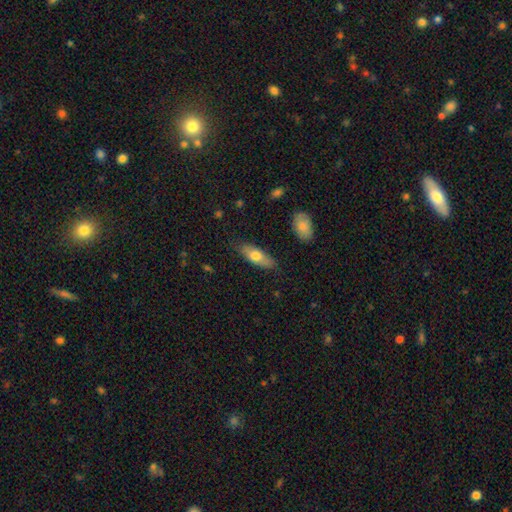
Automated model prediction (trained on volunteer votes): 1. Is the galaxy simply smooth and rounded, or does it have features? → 69% smooth, 25% featured or disk, 6% star or artifact.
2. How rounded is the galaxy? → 66% in between, 32% cigar-shaped, 3% round.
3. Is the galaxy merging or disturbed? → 79% none, 16% minor disturbance, 3% major disturbance, 2% merger.